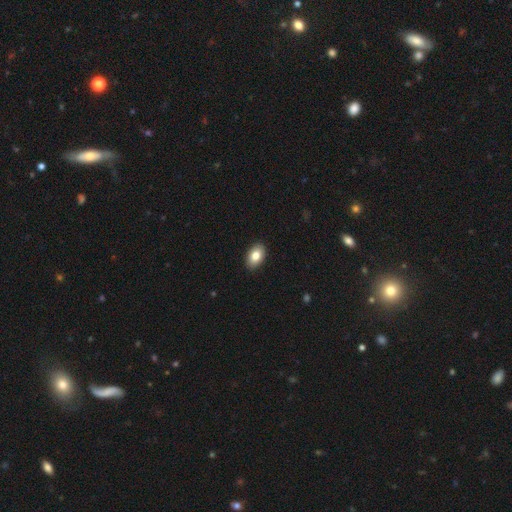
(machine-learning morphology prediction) smooth-or-featured: smooth: 82% | featured or disk: 11% | star or artifact: 7%
  how-rounded: in between: 89% | round: 9% | cigar-shaped: 1%
  merging: none: 91% | minor disturbance: 7% | major disturbance: 2% | merger: 1%